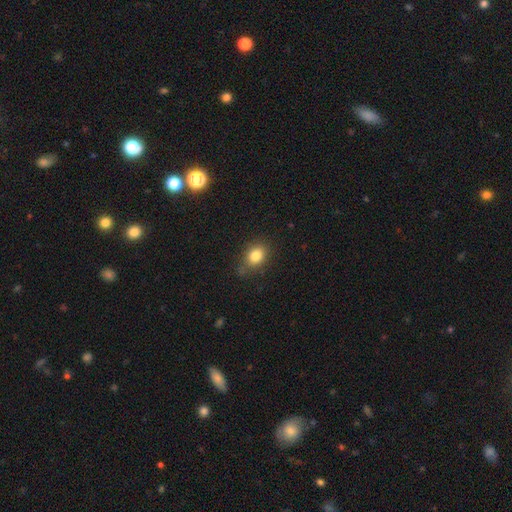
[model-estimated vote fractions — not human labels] This is clearly a smooth galaxy (82%). How rounded: possibly in between (55%). Merging: likely none (71%).